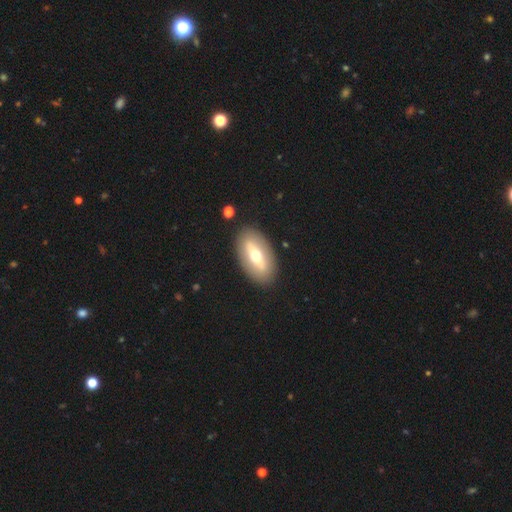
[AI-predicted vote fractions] Overall: featured or disk (48%; smooth 46%). Merging: none (87%).